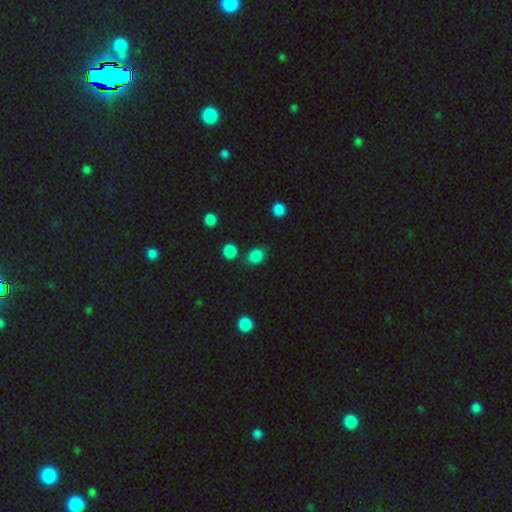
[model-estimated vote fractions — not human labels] Smooth or featured: smooth — 84% (star or artifact — 12%)
How rounded: round — 64% (in between — 34%)
Merging: none — 78% (minor disturbance — 11%)